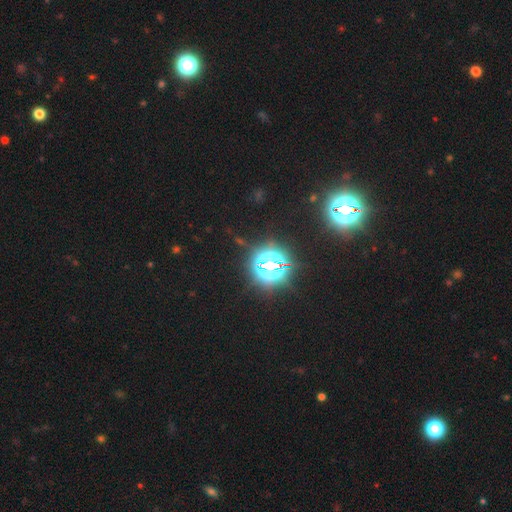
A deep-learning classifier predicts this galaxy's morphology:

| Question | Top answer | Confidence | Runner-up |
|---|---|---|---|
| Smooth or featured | star or artifact | 80% | smooth (14%) |